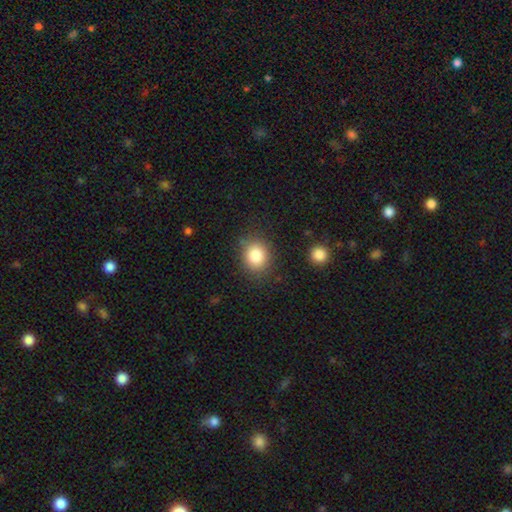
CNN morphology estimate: This is clearly a smooth galaxy (84%). How rounded: likely round (67%). Merging: clearly none (84%).